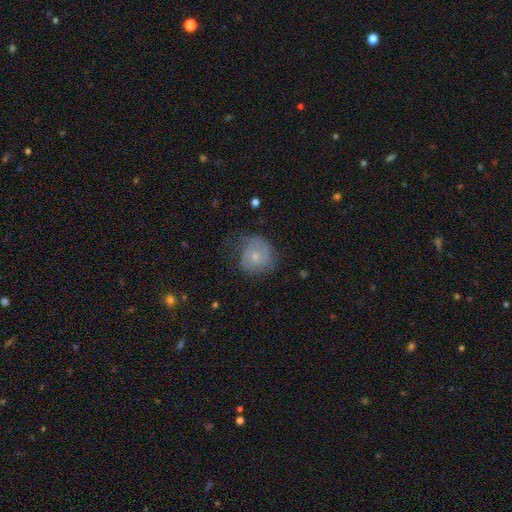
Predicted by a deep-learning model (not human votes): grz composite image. It shows a smooth galaxy with no disk features (50%) that is round (80%). Merging: none (47%).